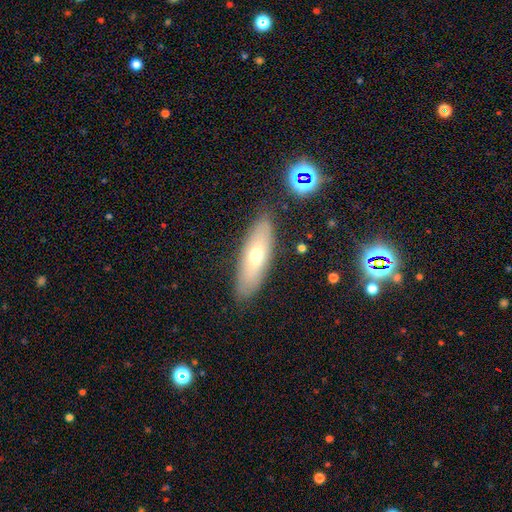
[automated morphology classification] This appears to be a smooth galaxy with no disk features (55%) that is in between round and cigar-shaped (51%). Merging: none (85%).